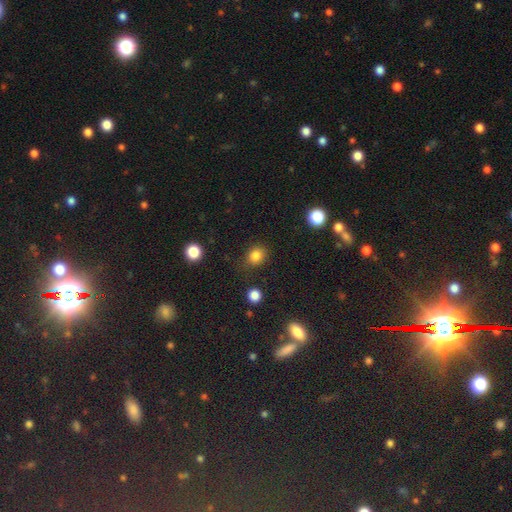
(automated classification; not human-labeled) Overall: smooth (83%). How rounded: round (67%; in between 32%). Merging: none (78%).